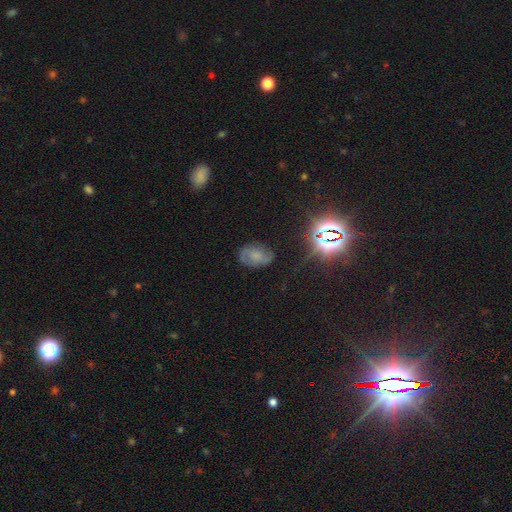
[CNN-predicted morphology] Smooth or featured? Predicted: smooth (p=0.41). Merging? Predicted: none (p=0.71).